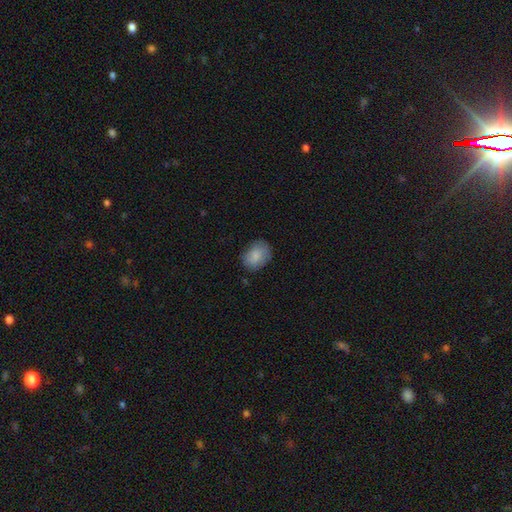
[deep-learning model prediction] This is clearly a smooth galaxy (83%). How rounded: likely in between (69%). Merging: likely none (75%).